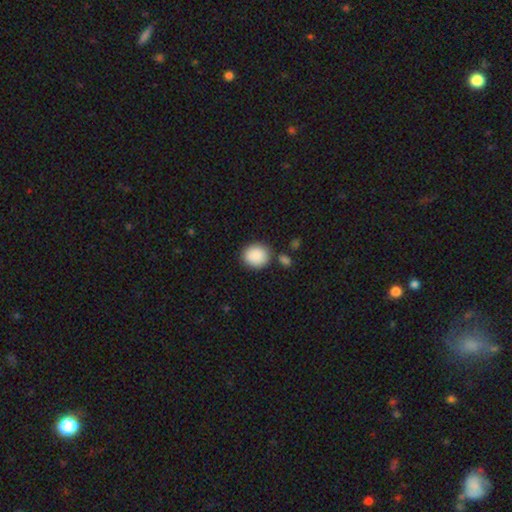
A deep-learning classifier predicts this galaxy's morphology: Smooth or featured? Predicted: smooth (p=0.90). How rounded? Predicted: round (p=0.73). Merging? Predicted: none (p=0.77).